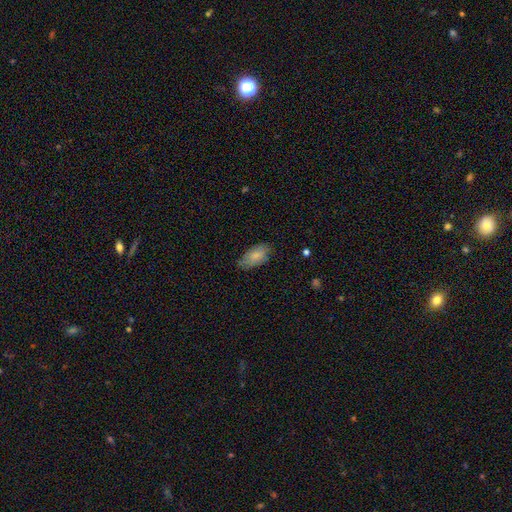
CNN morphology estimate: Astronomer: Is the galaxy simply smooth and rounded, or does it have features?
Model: smooth — 82%.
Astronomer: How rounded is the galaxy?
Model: in between — 93%.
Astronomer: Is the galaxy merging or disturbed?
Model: none — 68%.